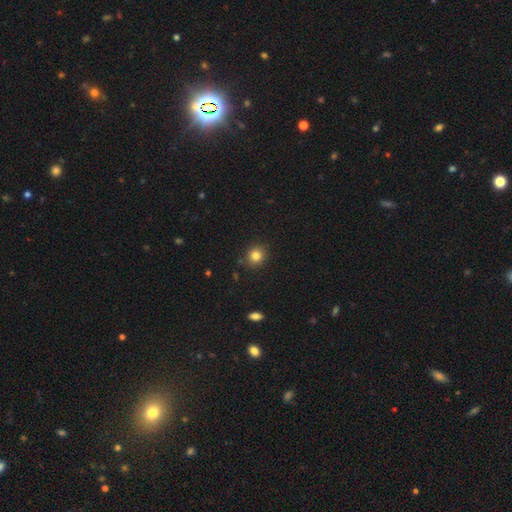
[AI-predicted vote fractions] Overall: smooth (82%). How rounded: round (85%). Merging: none (88%).